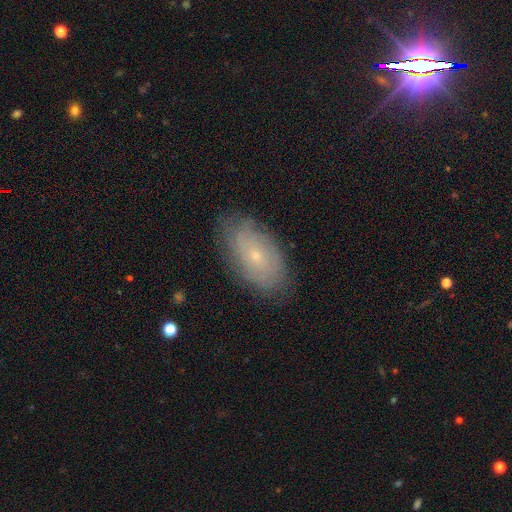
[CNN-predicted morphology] smooth-or-featured: featured or disk: 46% | smooth: 44% | star or artifact: 10%
  merging: none: 80% | minor disturbance: 15% | major disturbance: 4% | merger: 1%